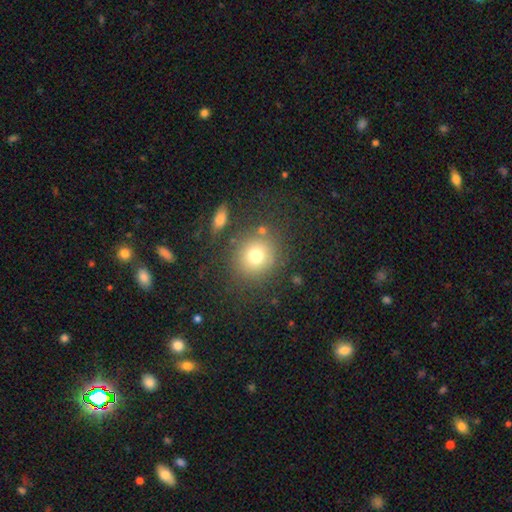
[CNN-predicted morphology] A smooth galaxy with no disk features (74%) that is round (86%).

Vote fractions:
- Smooth or featured? smooth: 74% / star or artifact: 14% / featured or disk: 12%
- How rounded? round: 86% / in between: 13% / cigar-shaped: 1%
- Merging? none: 79% / minor disturbance: 10% / merger: 5% / major disturbance: 5%